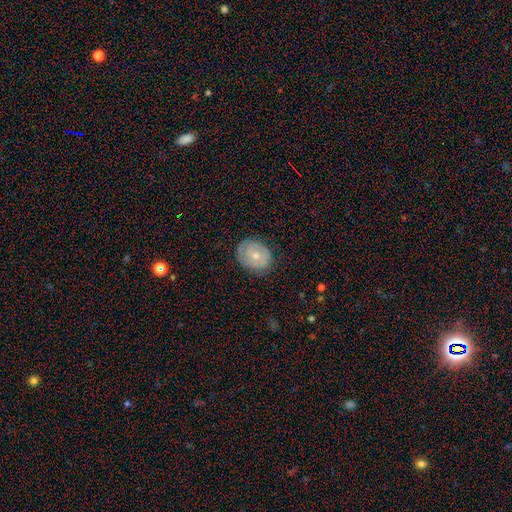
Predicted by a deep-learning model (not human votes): A smooth galaxy with no disk features (50%) that is round (55%).

Vote fractions:
- Smooth or featured? smooth: 50% / featured or disk: 43% / star or artifact: 7%
- How rounded? round: 55% / in between: 44% / cigar-shaped: 1%
- Merging? none: 79% / minor disturbance: 16% / major disturbance: 4% / merger: 1%